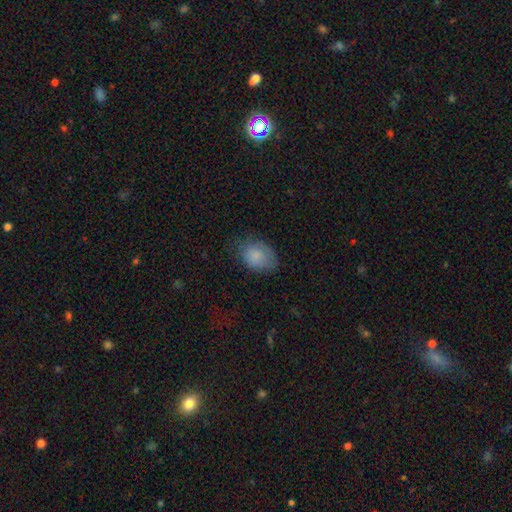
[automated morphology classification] smooth-or-featured: smooth: 82% | featured or disk: 10% | star or artifact: 8%
  how-rounded: in between: 65% | round: 34% | cigar-shaped: 1%
  merging: none: 58% | minor disturbance: 30% | major disturbance: 12% | merger: 1%